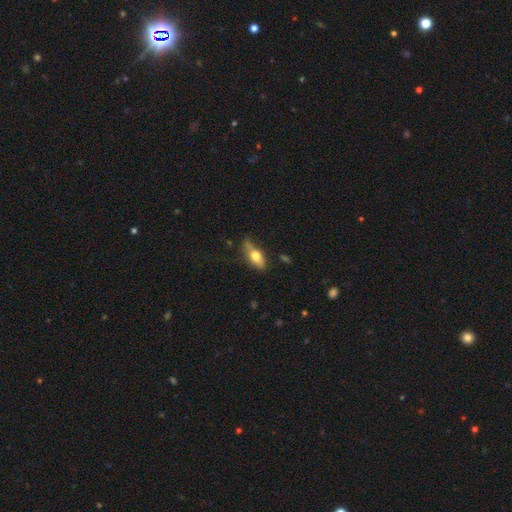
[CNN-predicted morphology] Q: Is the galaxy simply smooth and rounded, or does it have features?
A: smooth — 63%.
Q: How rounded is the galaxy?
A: in between — 74%.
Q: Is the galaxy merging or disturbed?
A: none — 64%.